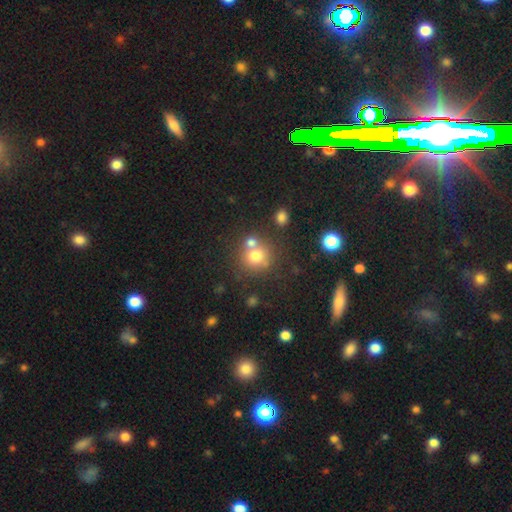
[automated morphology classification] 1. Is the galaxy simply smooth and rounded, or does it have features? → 73% smooth, 14% star or artifact, 13% featured or disk.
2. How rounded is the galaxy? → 86% round, 13% in between, 1% cigar-shaped.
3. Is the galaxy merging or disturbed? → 56% none, 31% merger, 9% minor disturbance, 4% major disturbance.